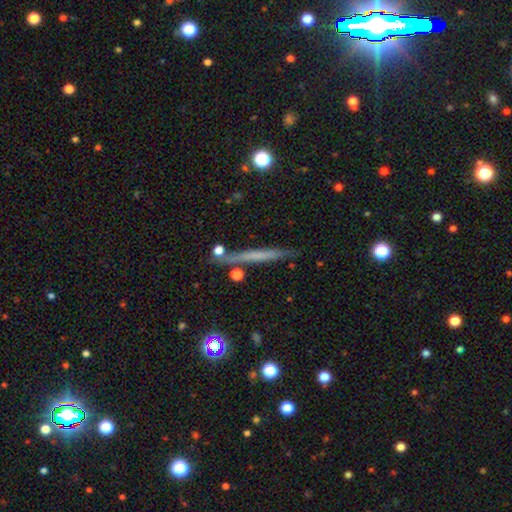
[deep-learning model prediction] smooth-or-featured: smooth: 47% | featured or disk: 45% | star or artifact: 8%
  merging: none: 85% | minor disturbance: 9% | merger: 4% | major disturbance: 2%